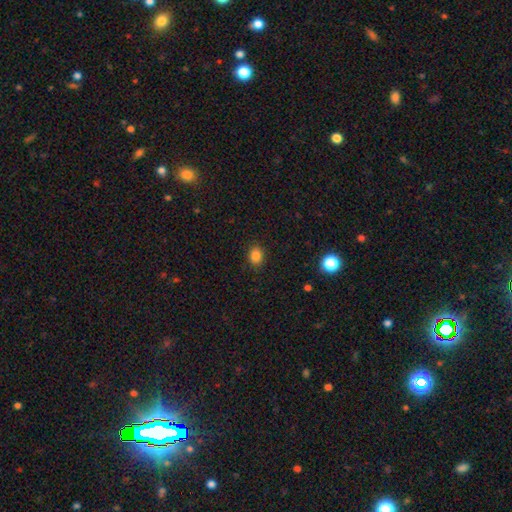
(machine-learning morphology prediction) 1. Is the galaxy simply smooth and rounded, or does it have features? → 84% smooth, 12% star or artifact, 4% featured or disk.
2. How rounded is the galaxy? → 50% in between, 49% round, 1% cigar-shaped.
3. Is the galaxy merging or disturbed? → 88% none, 9% minor disturbance, 2% major disturbance, 1% merger.